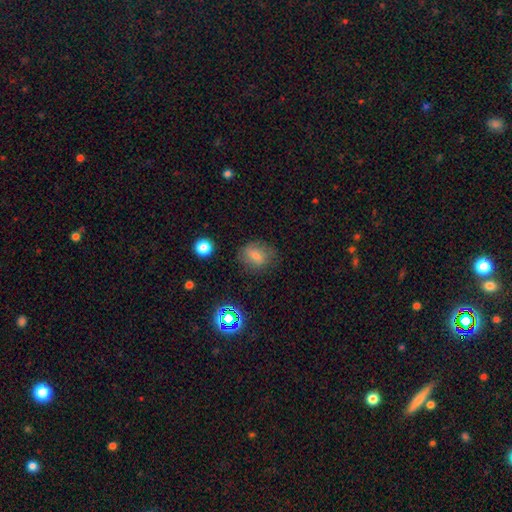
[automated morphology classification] A smooth galaxy with no disk features (65%) that is in between round and cigar-shaped (54%).

Vote fractions:
- Smooth or featured? smooth: 65% / star or artifact: 18% / featured or disk: 17%
- How rounded? in between: 54% / round: 44% / cigar-shaped: 2%
- Merging? none: 76% / minor disturbance: 17% / major disturbance: 6% / merger: 2%